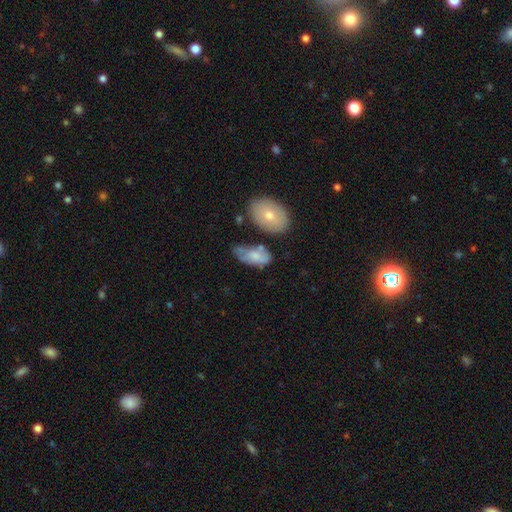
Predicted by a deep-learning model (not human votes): This appears to be a smooth galaxy with no disk features (68%) that is in between round and cigar-shaped (92%). Merging: none (37%).